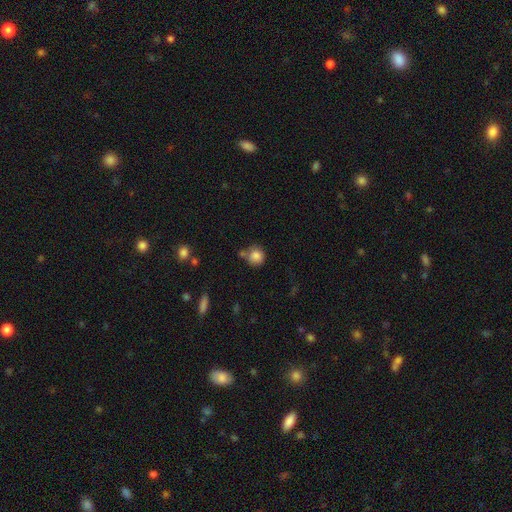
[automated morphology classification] Overall: smooth (84%). How rounded: round (90%). Merging: none (64%).